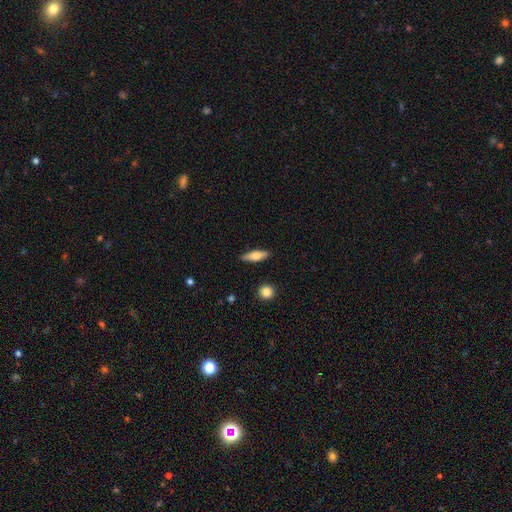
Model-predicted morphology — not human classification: Smooth or featured?
  - smooth: 65% *
  - featured or disk: 29%
  - star or artifact: 6%
How rounded?
  - cigar-shaped: 52% *
  - in between: 45%
  - round: 3%
Merging?
  - none: 86% *
  - minor disturbance: 10%
  - major disturbance: 2%
  - merger: 2%